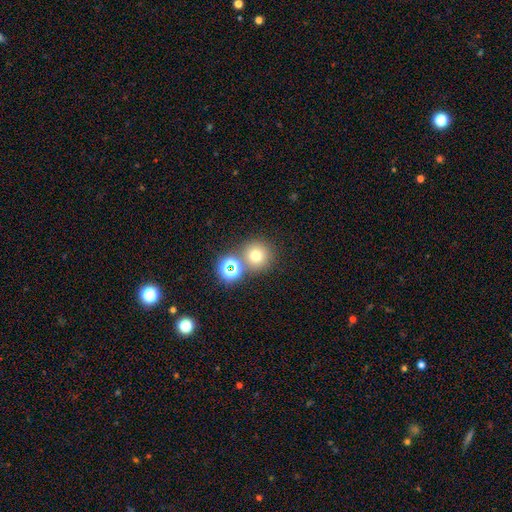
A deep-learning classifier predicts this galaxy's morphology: smooth-or-featured: smooth: 69% | star or artifact: 22% | featured or disk: 10%
  how-rounded: round: 94% | in between: 5% | cigar-shaped: 1%
  merging: none: 71% | merger: 19% | minor disturbance: 7% | major disturbance: 3%